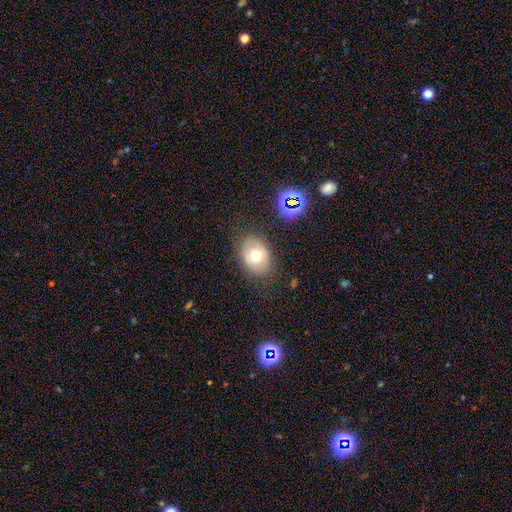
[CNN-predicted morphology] Smooth or featured? smooth (64%)
How rounded? in between (67%)
Merging? none (80%)